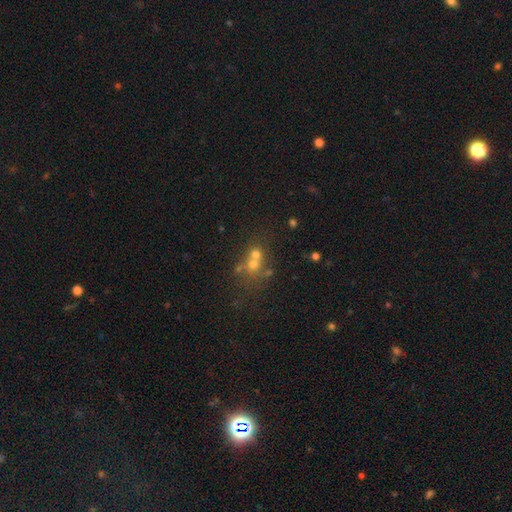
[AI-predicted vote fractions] smooth 50%, star or artifact 25%, featured or disk 25%. Down the decision tree: merging — merger (51%).